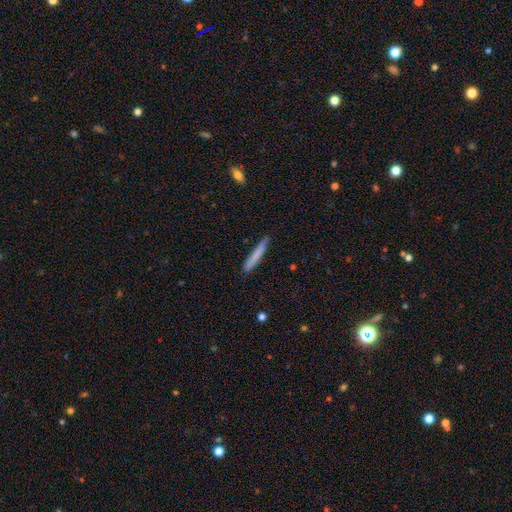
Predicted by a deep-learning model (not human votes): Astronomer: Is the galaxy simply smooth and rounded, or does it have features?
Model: smooth — 77%.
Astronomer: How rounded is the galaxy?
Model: cigar-shaped — 96%.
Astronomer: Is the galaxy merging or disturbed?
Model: none — 87%.